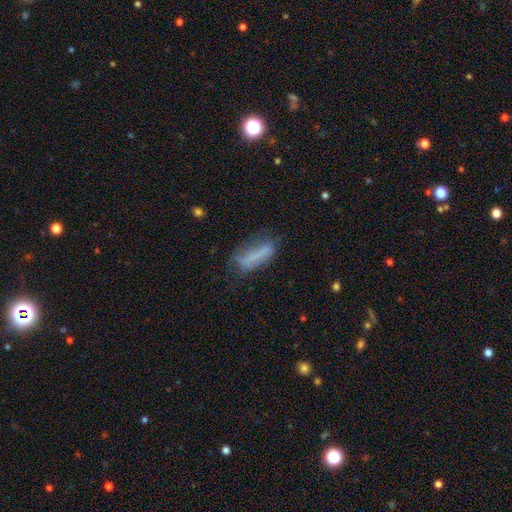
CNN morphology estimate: Q: Smooth or featured?
A: smooth (59%); runner-up: featured or disk (29%)
Q: How rounded?
A: cigar-shaped (55%); runner-up: in between (43%)
Q: Merging?
A: none (50%); runner-up: minor disturbance (28%)